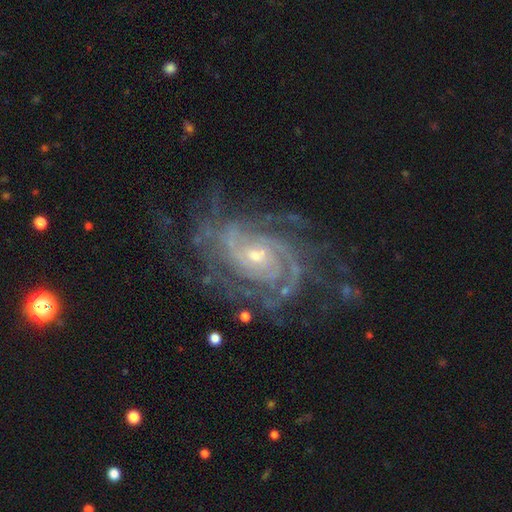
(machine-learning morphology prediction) The model was most divided on "spiral arm count": 2: 26%, 3: 20%, can't tell: 19%, 4: 16%, more than 4: 10%, 1: 8%. More confident: spiral arms — yes (98%); edge-on disk — no (97%); smooth or featured — featured or disk (91%); merging — none (71%); spiral winding — tight (69%); bar — no (63%); bulge size — small (61%).